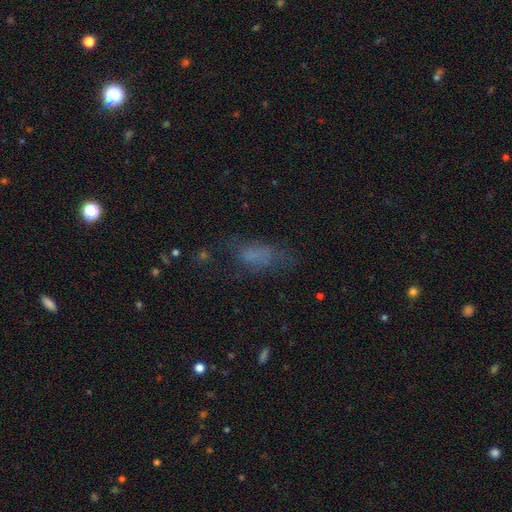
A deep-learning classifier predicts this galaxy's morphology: Smooth or featured: smooth — 61% (featured or disk — 21%)
How rounded: in between — 77% (cigar-shaped — 18%)
Merging: none — 47% (minor disturbance — 25%)